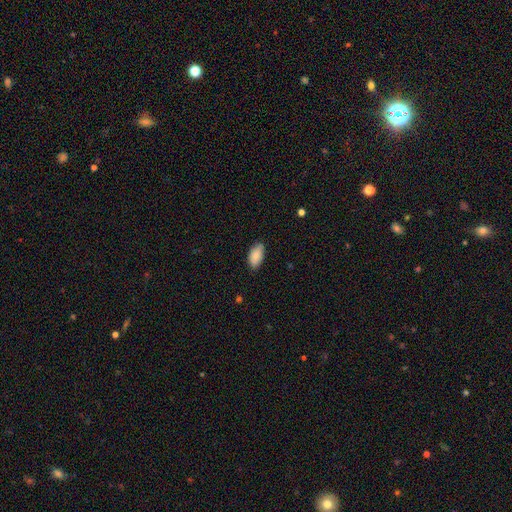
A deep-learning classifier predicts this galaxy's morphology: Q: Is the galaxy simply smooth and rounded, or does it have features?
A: smooth — 88%.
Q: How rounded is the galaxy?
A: in between — 94%.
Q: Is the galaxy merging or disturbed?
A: none — 80%.